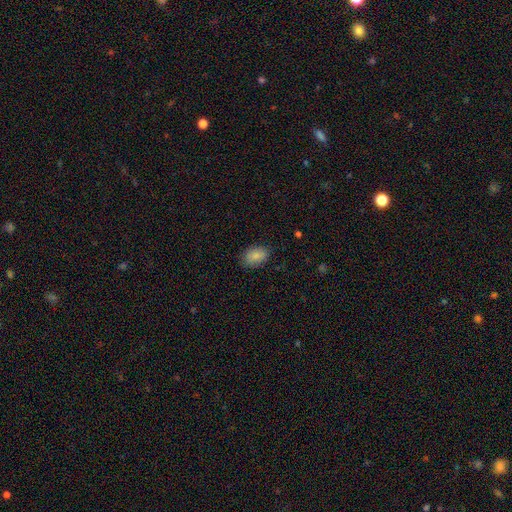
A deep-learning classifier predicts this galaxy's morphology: This is clearly a smooth galaxy (86%). How rounded: clearly in between (87%). Merging: clearly none (83%).